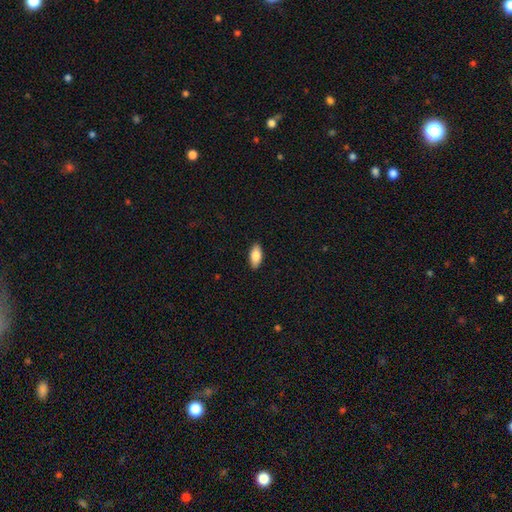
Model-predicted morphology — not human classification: Smooth or featured? Predicted: smooth (p=0.84). How rounded? Predicted: in between (p=0.90). Merging? Predicted: none (p=0.89).